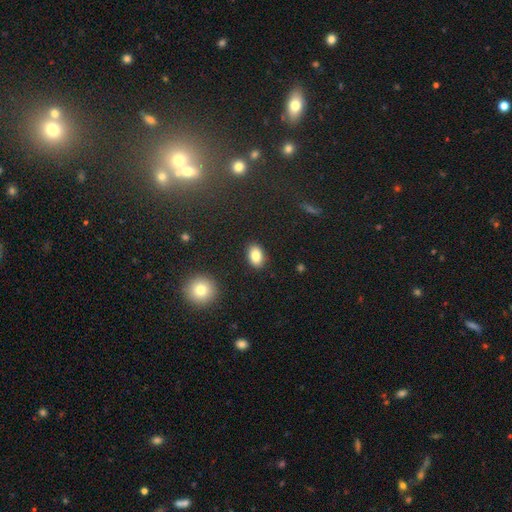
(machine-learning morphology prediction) type=smooth (83%); roundness=in between (85%); merging=none (88%).